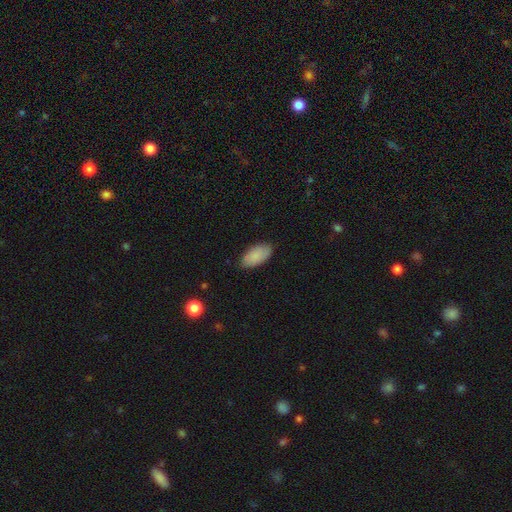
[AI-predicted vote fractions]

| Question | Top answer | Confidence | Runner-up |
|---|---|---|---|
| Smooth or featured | smooth | 88% | star or artifact (6%) |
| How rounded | in between | 94% | cigar-shaped (4%) |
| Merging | none | 81% | minor disturbance (15%) |